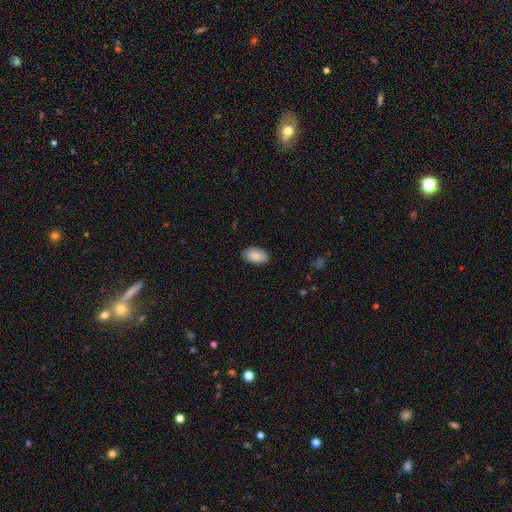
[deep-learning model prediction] smooth-or-featured: smooth: 89% | star or artifact: 6% | featured or disk: 5%
  how-rounded: in between: 95% | round: 3% | cigar-shaped: 2%
  merging: none: 83% | minor disturbance: 13% | major disturbance: 2% | merger: 1%